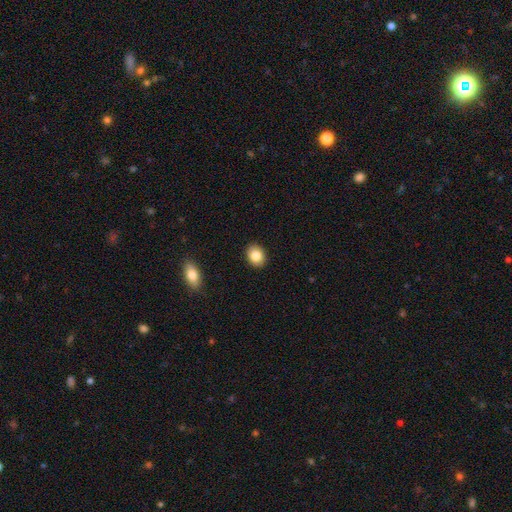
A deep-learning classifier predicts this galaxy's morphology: This is clearly a smooth galaxy (84%). How rounded: possibly in between (55%). Merging: clearly none (91%).